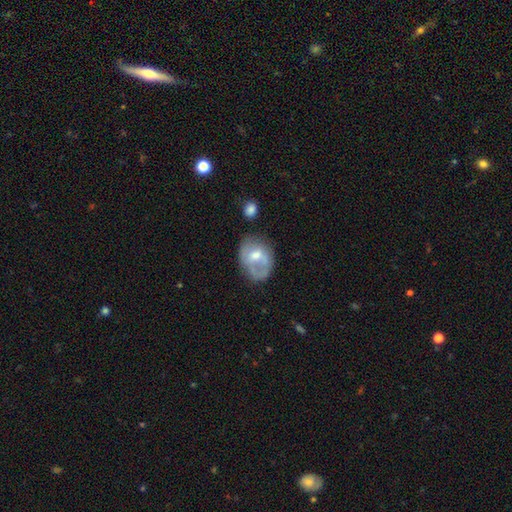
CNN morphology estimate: smooth 47%, featured or disk 46%, star or artifact 7%. Down the decision tree: merging — none (43%).